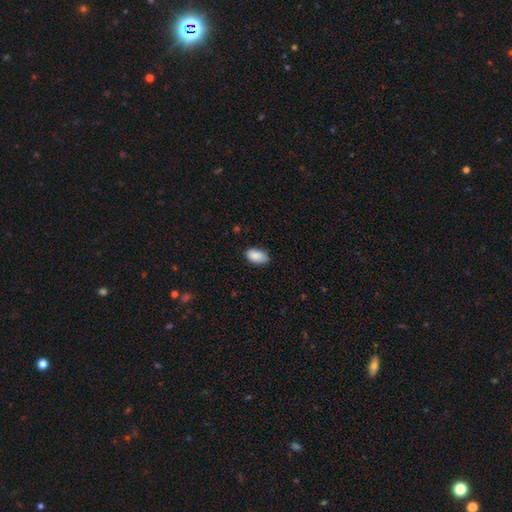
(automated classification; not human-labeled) smooth 89%, star or artifact 7%, featured or disk 4%. Down the decision tree: how rounded — in between (94%); merging — none (76%).